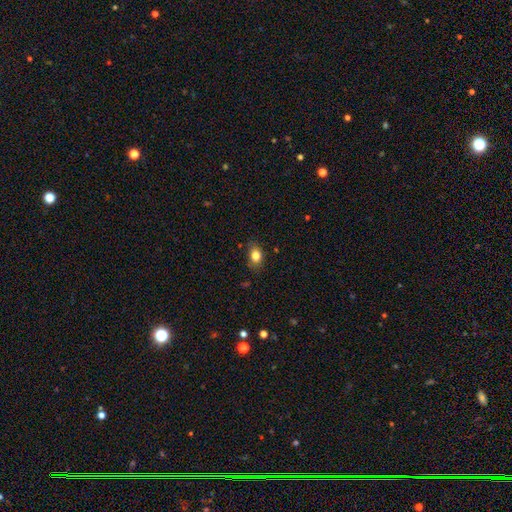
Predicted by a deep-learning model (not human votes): smooth-or-featured: smooth: 82% | star or artifact: 10% | featured or disk: 8%
  how-rounded: in between: 75% | round: 23% | cigar-shaped: 2%
  merging: none: 80% | minor disturbance: 16% | major disturbance: 3% | merger: 1%